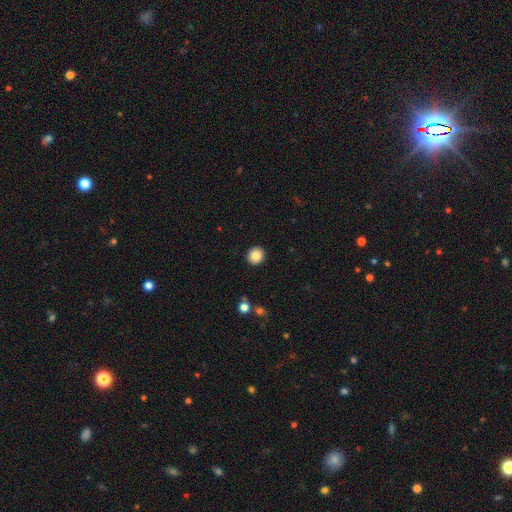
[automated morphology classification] Smooth or featured?
  - smooth: 85% *
  - star or artifact: 9%
  - featured or disk: 5%
How rounded?
  - round: 90% *
  - in between: 9%
  - cigar-shaped: 1%
Merging?
  - none: 93% *
  - minor disturbance: 5%
  - major disturbance: 2%
  - merger: 1%